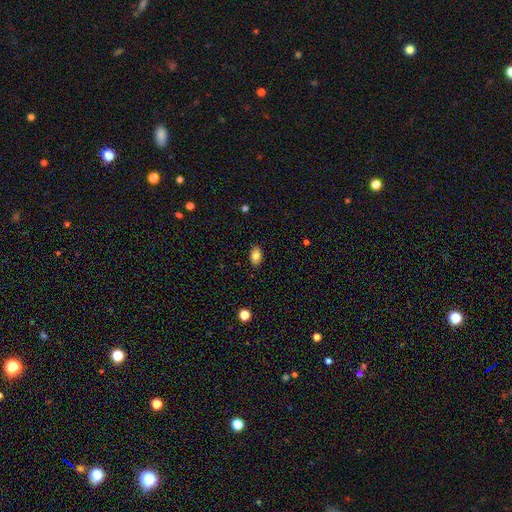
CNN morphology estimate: Overall: smooth (83%). How rounded: in between (87%). Merging: none (88%).